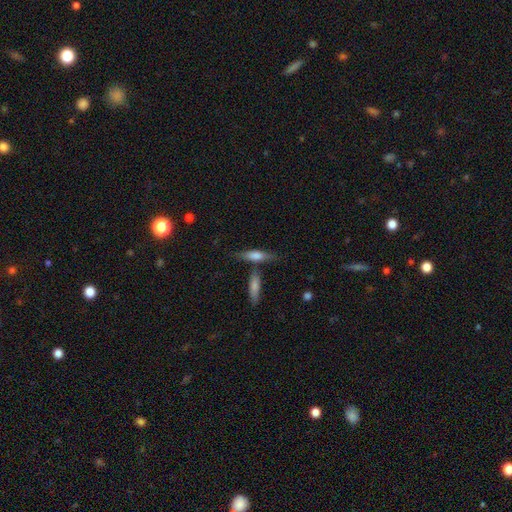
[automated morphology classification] Q: Smooth or featured?
A: smooth (59%); runner-up: featured or disk (34%)
Q: How rounded?
A: cigar-shaped (61%); runner-up: in between (35%)
Q: Merging?
A: none (62%); runner-up: merger (20%)